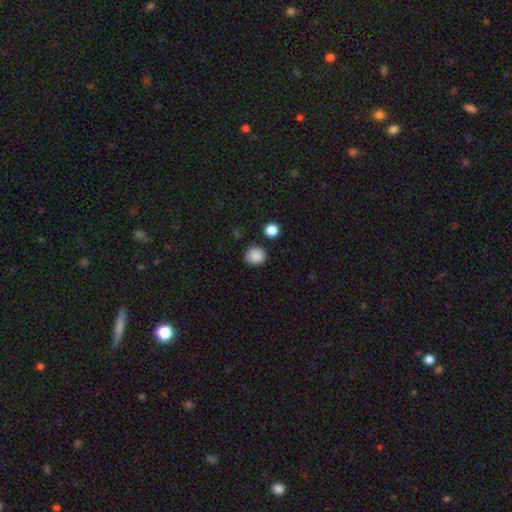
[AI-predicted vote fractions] smooth-or-featured: smooth: 87% | star or artifact: 9% | featured or disk: 4%
  how-rounded: round: 82% | in between: 17% | cigar-shaped: 1%
  merging: none: 78% | minor disturbance: 15% | major disturbance: 3% | merger: 3%